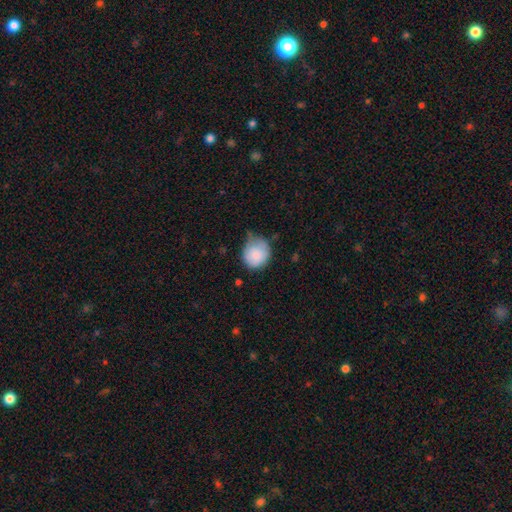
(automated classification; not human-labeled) This is clearly a smooth galaxy (85%). How rounded: clearly round (83%). Merging: marginally none (44%).